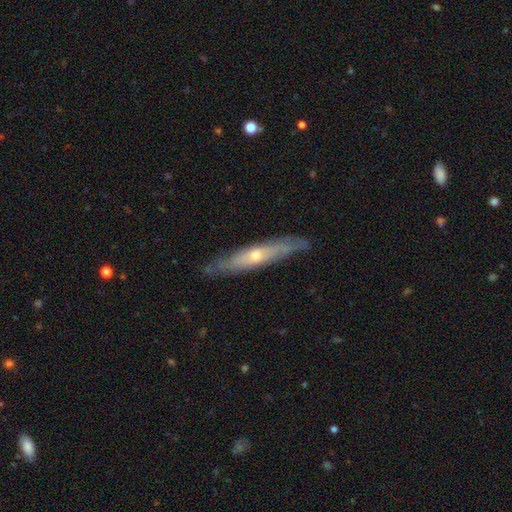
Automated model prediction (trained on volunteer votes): Overall: featured or disk (64%; smooth 30%). Edge-on disk: yes (71%). Merging: none (80%).